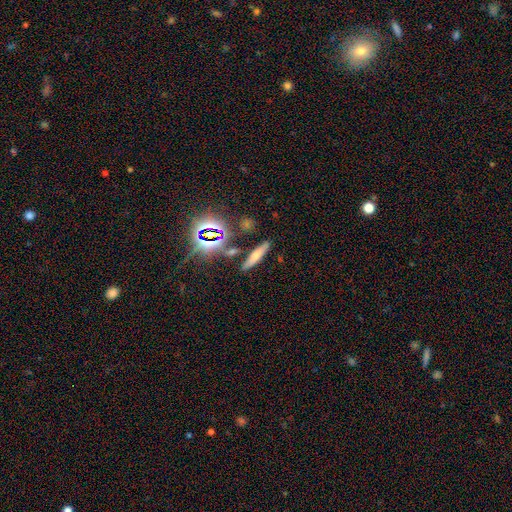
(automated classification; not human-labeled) The model was most divided on "smooth or featured": smooth: 56%, featured or disk: 25%, star or artifact: 20%. More confident: merging — none (83%); how rounded — cigar-shaped (80%).